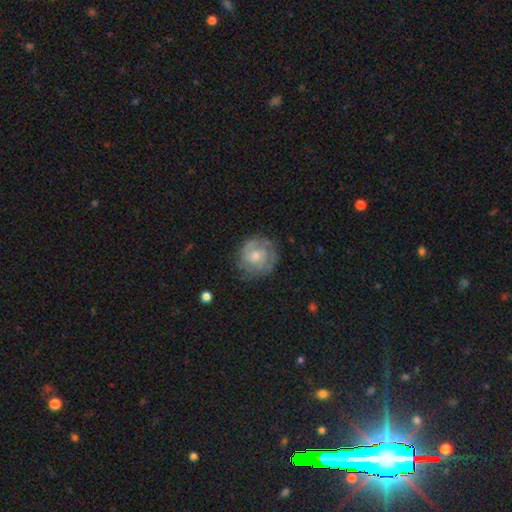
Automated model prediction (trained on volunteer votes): Smooth or featured?
  - featured or disk: 67% *
  - smooth: 26%
  - star or artifact: 7%
Edge-on disk?
  - no: 98% *
  - yes: 2%
Bar?
  - no: 66% *
  - weak: 30%
  - strong: 4%
Spiral arms?
  - yes: 86% *
  - no: 14%
Spiral winding?
  - tight: 60% *
  - medium: 31%
  - loose: 9%
Spiral arm count?
  - 2: 39% *
  - can't tell: 35%
  - 3: 14%
  - 1: 5%
  - 4: 4%
  - more than 4: 3%
Bulge size?
  - moderate: 50% *
  - small: 42%
  - none: 4%
  - large: 3%
  - dominant: 1%
Merging?
  - none: 76% *
  - minor disturbance: 17%
  - major disturbance: 6%
  - merger: 1%